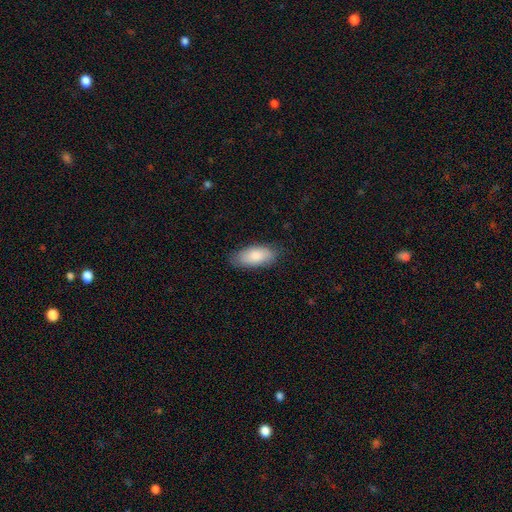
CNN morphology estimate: The model was most divided on "merging": none: 80%, minor disturbance: 16%, major disturbance: 3%, merger: 1%. More confident: how rounded — in between (90%); smooth or featured — smooth (84%).